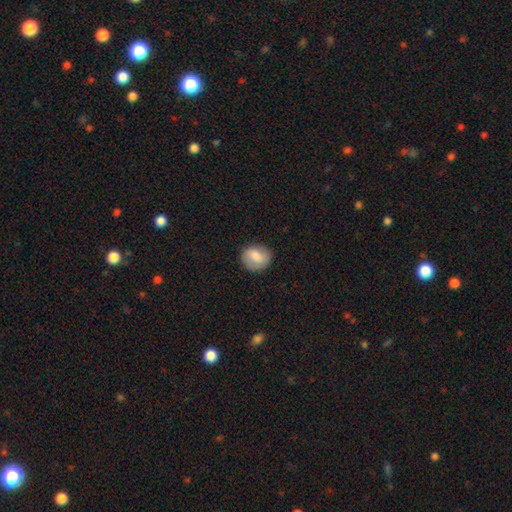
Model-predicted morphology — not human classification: type=smooth (80%); roundness=round (72%); merging=none (82%).